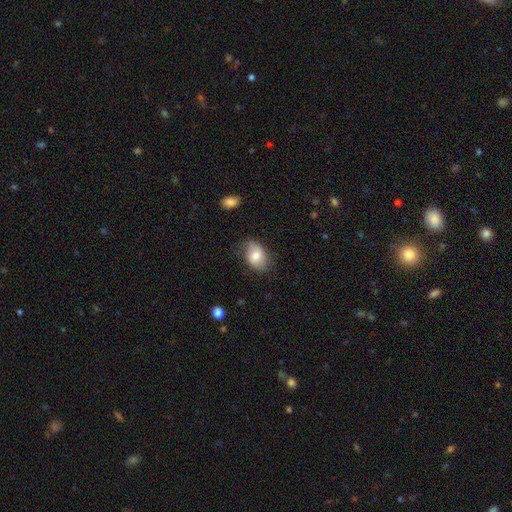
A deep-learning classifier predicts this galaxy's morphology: The model was most divided on "merging": none: 72%, minor disturbance: 22%, major disturbance: 5%, merger: 1%. More confident: how rounded — in between (82%); smooth or featured — smooth (75%).